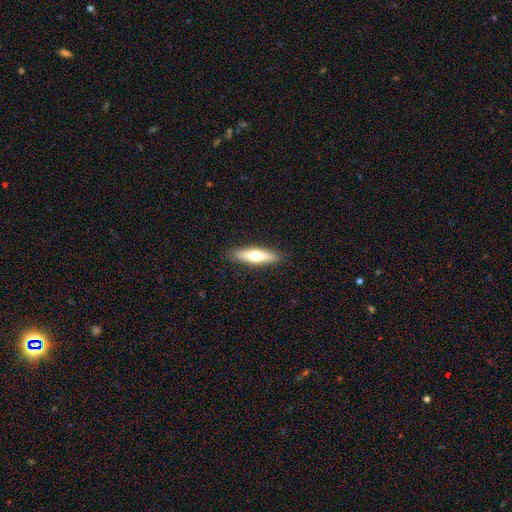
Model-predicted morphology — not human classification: type=smooth (59%); roundness=cigar-shaped (69%); merging=none (89%).